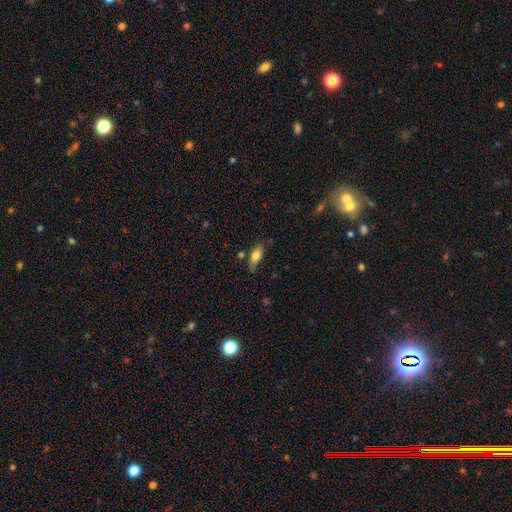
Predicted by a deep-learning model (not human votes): Overall: smooth (74%). How rounded: in between (79%). Merging: none (66%).